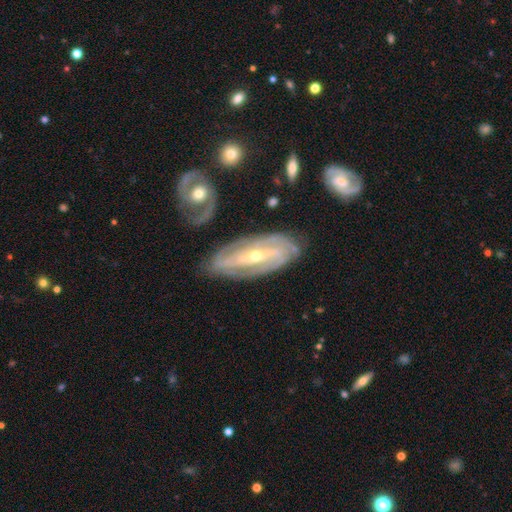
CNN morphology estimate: smooth_or_featured: featured or disk (p=0.86) [alt: smooth p=0.09]
disk_edge_on: no (p=0.88) [alt: yes p=0.12]
bar: strong (p=0.44) [alt: weak p=0.29]
has_spiral_arms: yes (p=0.92) [alt: no p=0.08]
spiral_winding: tight (p=0.62) [alt: medium p=0.29]
spiral_arm_count: 2 (p=0.44) [alt: can't tell p=0.28]
bulge_size: small (p=0.57) [alt: moderate p=0.41]
merging: none (p=0.76) [alt: minor disturbance p=0.16]